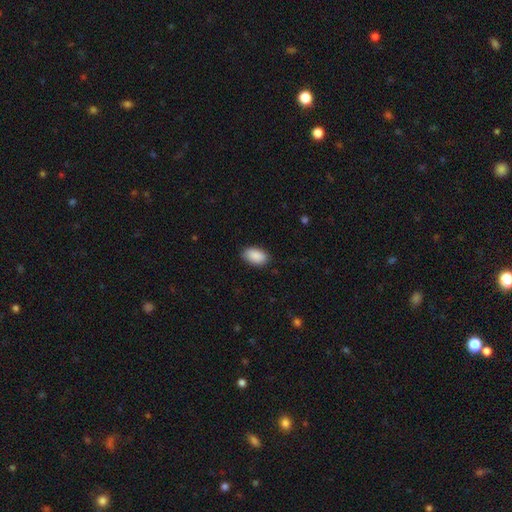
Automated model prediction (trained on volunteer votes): The model was most divided on "merging": none: 87%, minor disturbance: 10%, major disturbance: 2%, merger: 1%. More confident: how rounded — in between (94%); smooth or featured — smooth (91%).